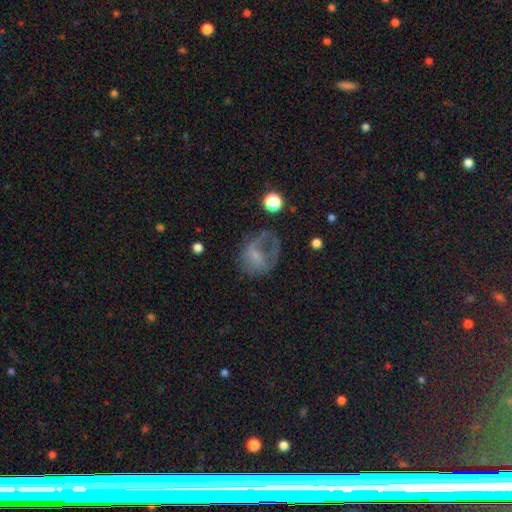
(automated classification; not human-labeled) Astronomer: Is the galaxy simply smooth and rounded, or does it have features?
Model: smooth — 46% (runner-up: featured or disk, 40%).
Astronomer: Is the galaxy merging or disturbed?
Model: major disturbance — 41% (runner-up: none, 34%).